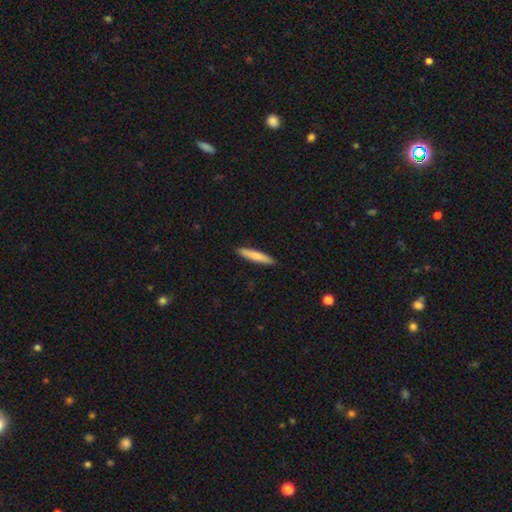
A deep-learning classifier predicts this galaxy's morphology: The model was most divided on "smooth or featured": smooth: 77%, featured or disk: 18%, star or artifact: 6%. More confident: how rounded — cigar-shaped (91%); merging — none (90%).